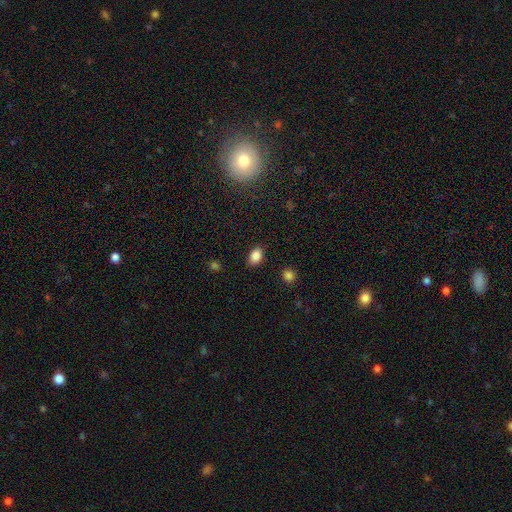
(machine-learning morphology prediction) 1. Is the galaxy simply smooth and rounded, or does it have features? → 85% smooth, 9% star or artifact, 6% featured or disk.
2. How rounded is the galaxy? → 81% in between, 17% round, 1% cigar-shaped.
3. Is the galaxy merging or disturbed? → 86% none, 10% minor disturbance, 3% major disturbance, 2% merger.